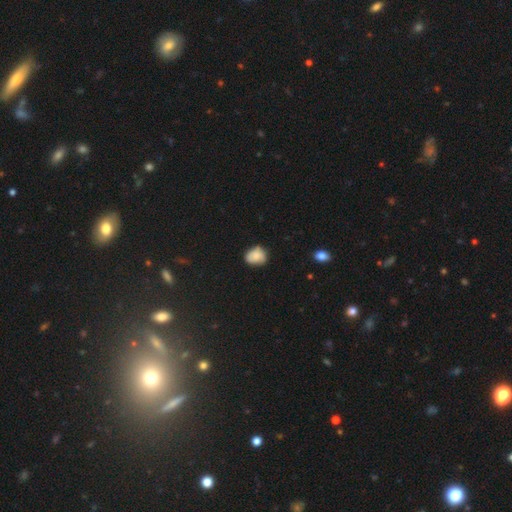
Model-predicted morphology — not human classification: smooth_or_featured: smooth (p=0.82) [alt: featured or disk p=0.09]
how_rounded: round (p=0.54) [alt: in between p=0.45]
merging: none (p=0.67) [alt: minor disturbance p=0.27]